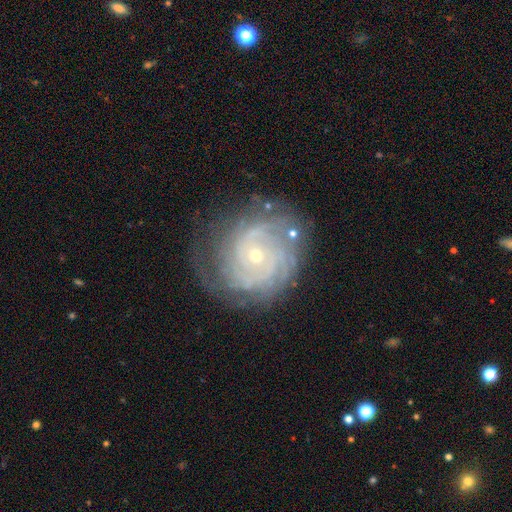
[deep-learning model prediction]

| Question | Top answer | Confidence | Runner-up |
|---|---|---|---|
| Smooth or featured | featured or disk | 86% | smooth (7%) |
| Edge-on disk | no | 97% | yes (3%) |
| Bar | no | 77% | weak (19%) |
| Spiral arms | yes | 96% | no (4%) |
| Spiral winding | tight | 79% | medium (17%) |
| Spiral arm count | can't tell | 31% | 4 (20%) |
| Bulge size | small | 68% | moderate (29%) |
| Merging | none | 73% | minor disturbance (18%) |